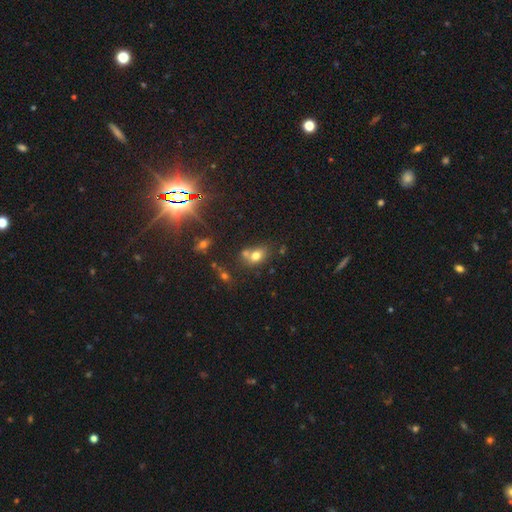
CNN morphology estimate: Smooth or featured?
  - smooth: 73% *
  - star or artifact: 14%
  - featured or disk: 13%
How rounded?
  - in between: 69% *
  - round: 30%
  - cigar-shaped: 2%
Merging?
  - none: 49% *
  - merger: 32%
  - minor disturbance: 14%
  - major disturbance: 5%